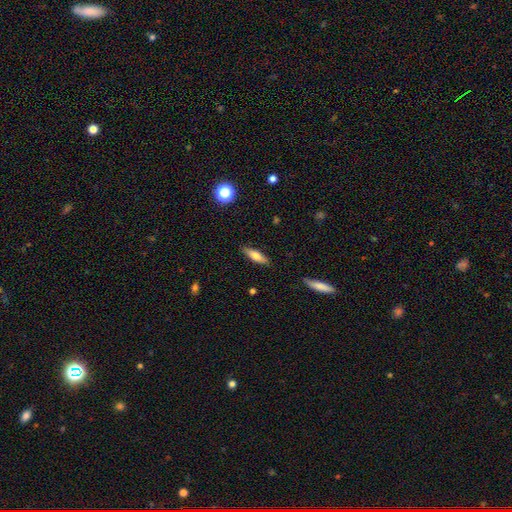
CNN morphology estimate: Smooth or featured? smooth (65%)
How rounded? cigar-shaped (59%)
Merging? none (87%)